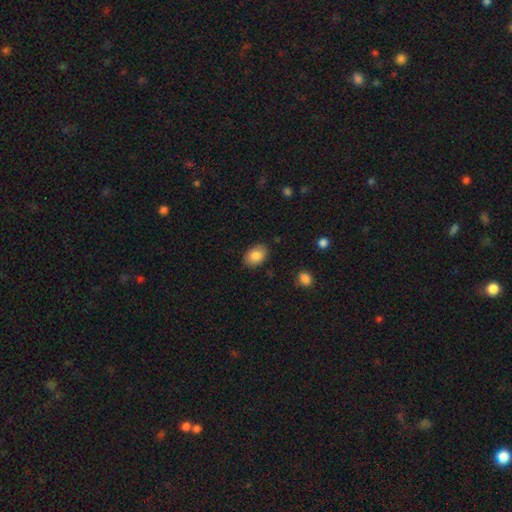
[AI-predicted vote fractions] Q: Smooth or featured?
A: smooth (86%); runner-up: star or artifact (7%)
Q: How rounded?
A: in between (85%); runner-up: round (14%)
Q: Merging?
A: none (86%); runner-up: minor disturbance (10%)